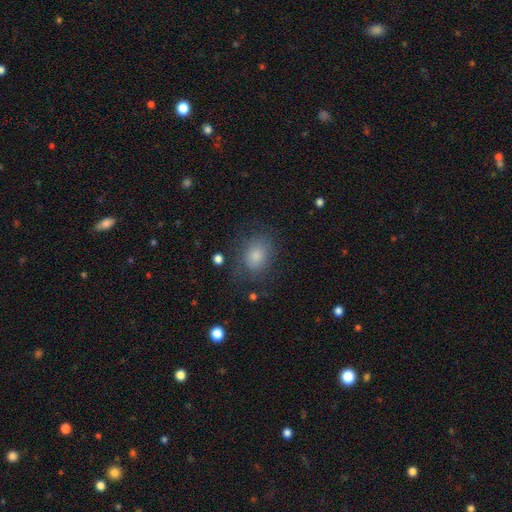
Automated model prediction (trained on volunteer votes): This appears to be a smooth galaxy with no disk features (69%) that is in between round and cigar-shaped (51%). Merging: none (71%).